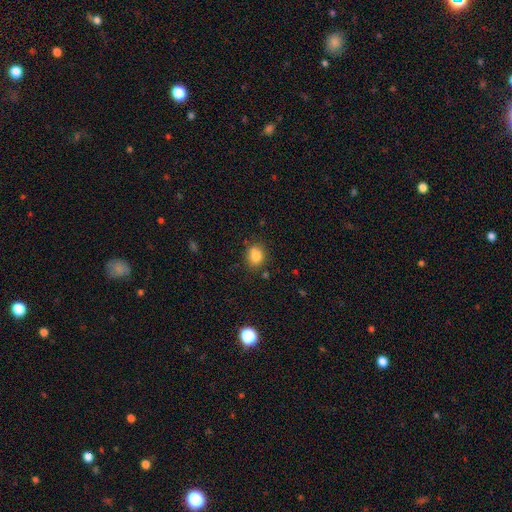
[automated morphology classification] smooth 82%, star or artifact 11%, featured or disk 7%. Down the decision tree: how rounded — round (57%); merging — none (79%).